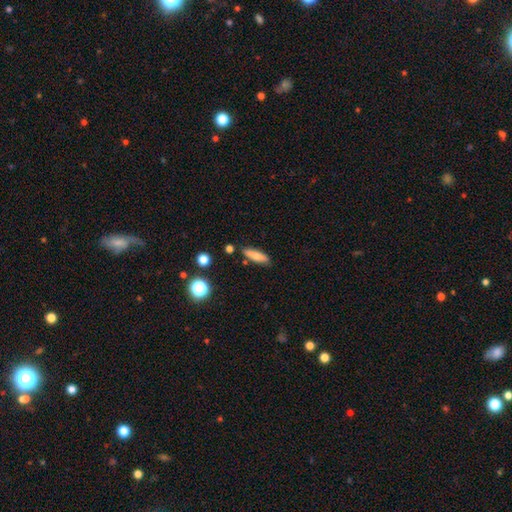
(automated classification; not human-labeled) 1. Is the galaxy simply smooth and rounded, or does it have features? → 74% smooth, 18% featured or disk, 8% star or artifact.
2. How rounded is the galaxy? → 62% cigar-shaped, 35% in between, 3% round.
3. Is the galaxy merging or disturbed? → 83% none, 11% minor disturbance, 3% merger, 2% major disturbance.